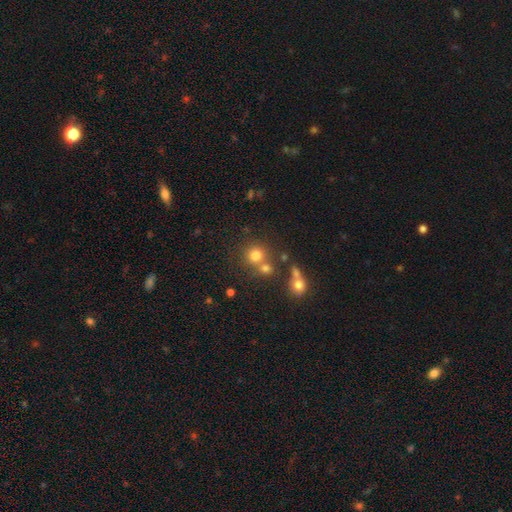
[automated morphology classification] type=smooth (74%); roundness=round (89%); merging=none (62%).